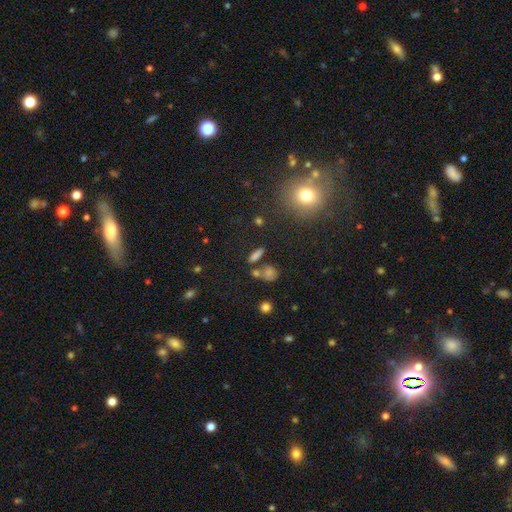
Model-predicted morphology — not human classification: Smooth or featured? Predicted: smooth (p=0.63). How rounded? Predicted: in between (p=0.49). Merging? Predicted: none (p=0.69).